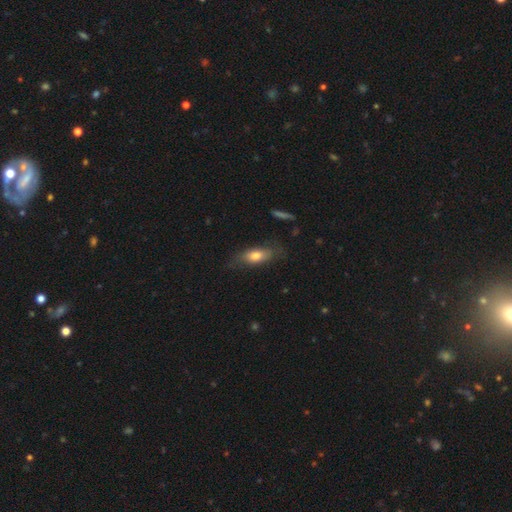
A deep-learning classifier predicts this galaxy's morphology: smooth_or_featured: smooth (p=0.70) [alt: featured or disk p=0.23]
how_rounded: in between (p=0.75) [alt: cigar-shaped p=0.20]
merging: none (p=0.68) [alt: minor disturbance p=0.22]